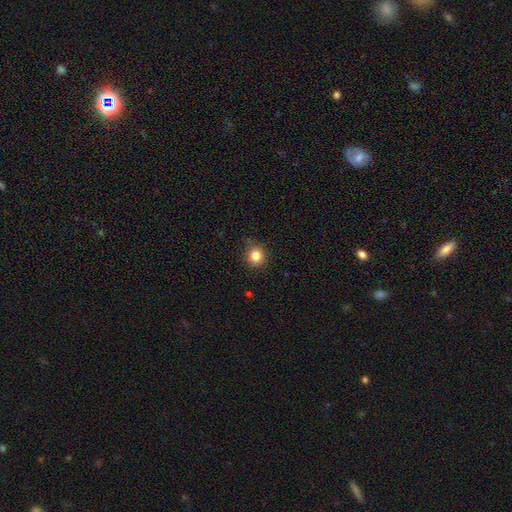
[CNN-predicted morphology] A smooth galaxy with no disk features (83%) that is round (89%). Merging: none (84%).